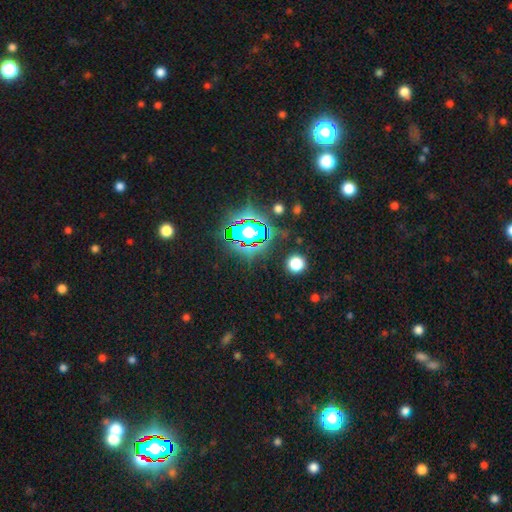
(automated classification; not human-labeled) Smooth or featured: star or artifact — 84% (smooth — 9%)